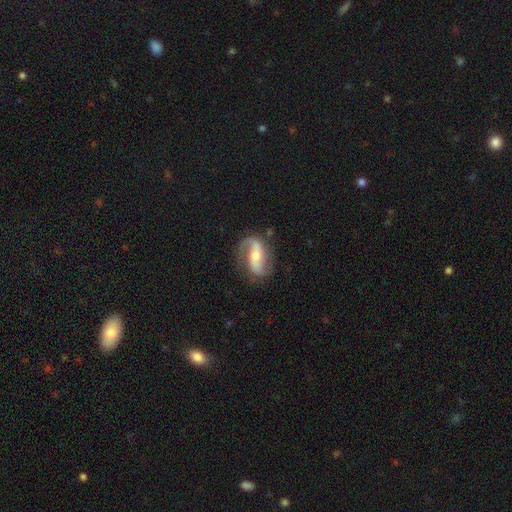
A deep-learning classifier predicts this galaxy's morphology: featured or disk 80%, smooth 15%, star or artifact 5%. Down the decision tree: edge-on disk — no (94%); bar — strong (38%); spiral arms — yes (93%); spiral arm count — 2 (79%); spiral winding — loose (50%); bulge size — moderate (57%); merging — none (71%).